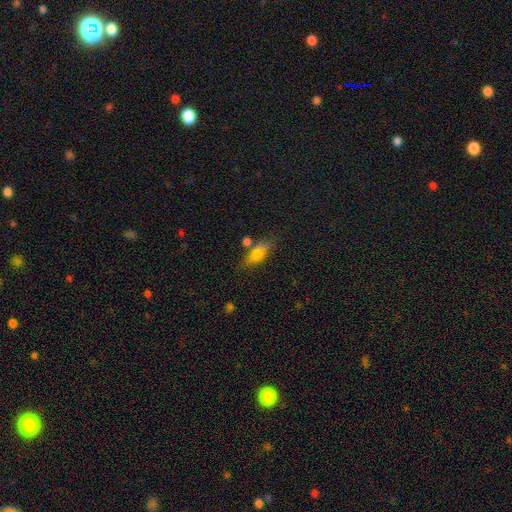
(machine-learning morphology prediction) Smooth or featured? Predicted: smooth (p=0.61). How rounded? Predicted: in between (p=0.62). Merging? Predicted: none (p=0.62).